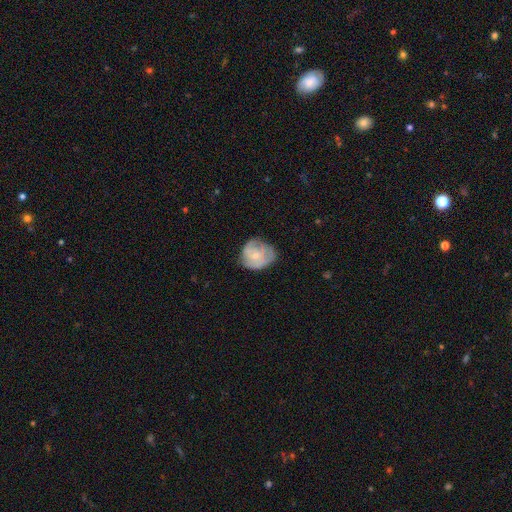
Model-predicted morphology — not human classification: This is possibly a featured or disk galaxy (48%). Merging: possibly none (55%).